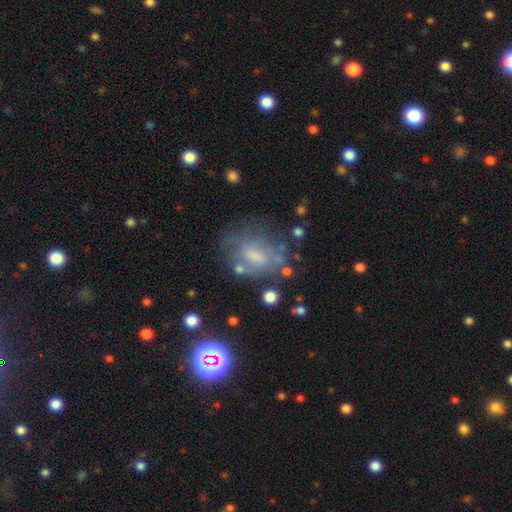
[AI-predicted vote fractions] Smooth or featured: featured or disk — 47% (smooth — 38%)
Merging: none — 51% (minor disturbance — 23%)